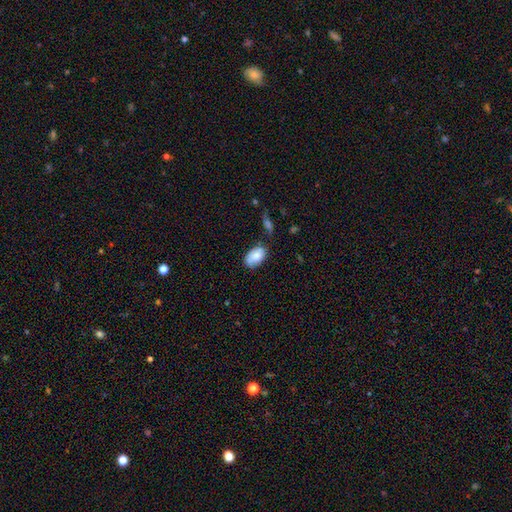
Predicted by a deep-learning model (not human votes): Smooth or featured? smooth (74%)
How rounded? in between (92%)
Merging? none (57%)